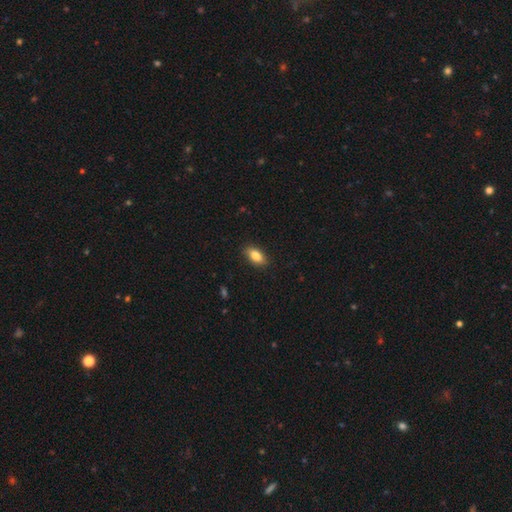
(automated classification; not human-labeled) Morphology: type=smooth (84%); roundness=in between (88%); merging=none (87%).